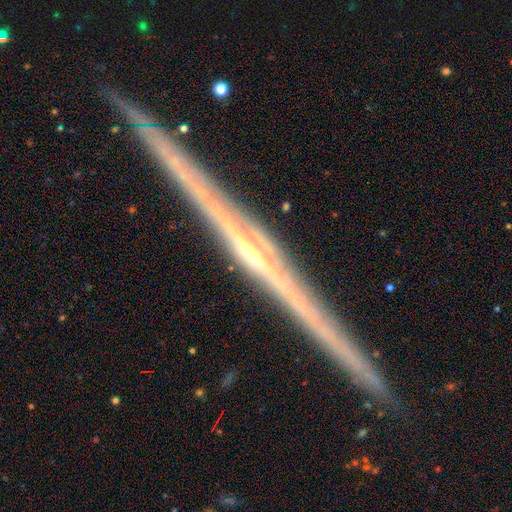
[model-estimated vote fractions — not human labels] A featured or disk galaxy (88%) viewed edge-on (98%) with a rounded central bulge (54%). Merging: none (92%).